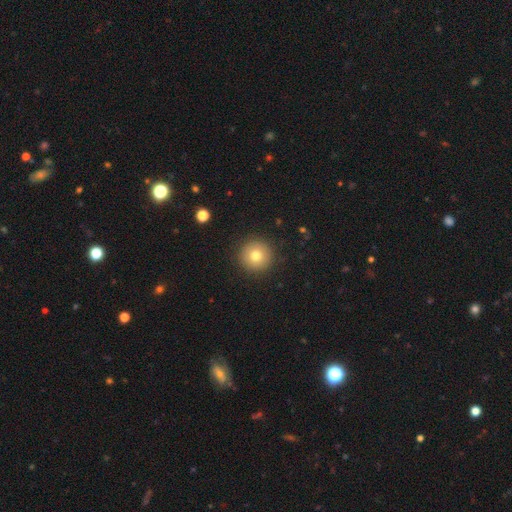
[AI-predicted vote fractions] This is likely a smooth galaxy (77%). How rounded: clearly round (96%). Merging: clearly none (91%).